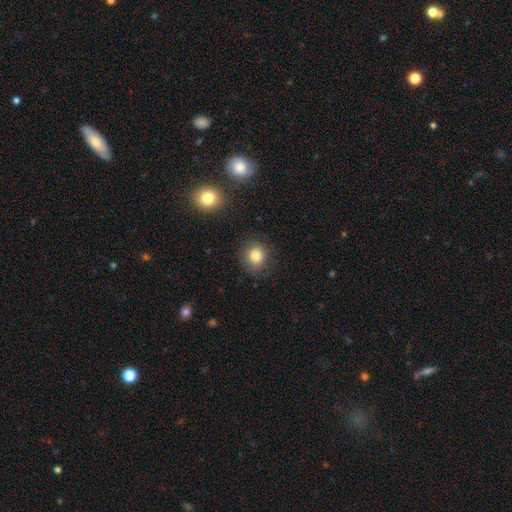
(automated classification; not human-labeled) smooth-or-featured: smooth: 83% | star or artifact: 10% | featured or disk: 6%
  how-rounded: round: 82% | in between: 17% | cigar-shaped: 1%
  merging: none: 83% | minor disturbance: 11% | major disturbance: 4% | merger: 2%